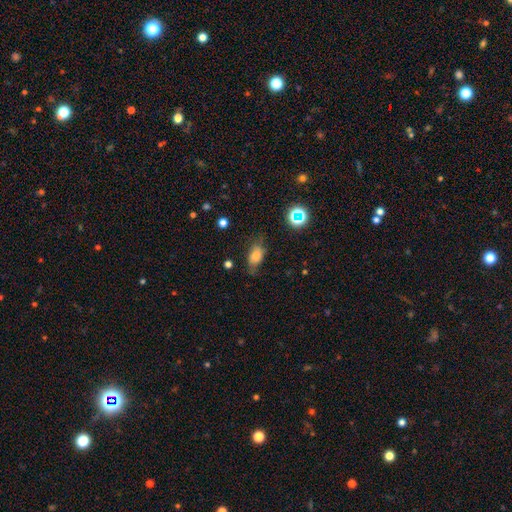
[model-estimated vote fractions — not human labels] The model was most divided on "merging": none: 62%, minor disturbance: 27%, major disturbance: 10%, merger: 2%. More confident: how rounded — in between (85%); smooth or featured — smooth (70%).